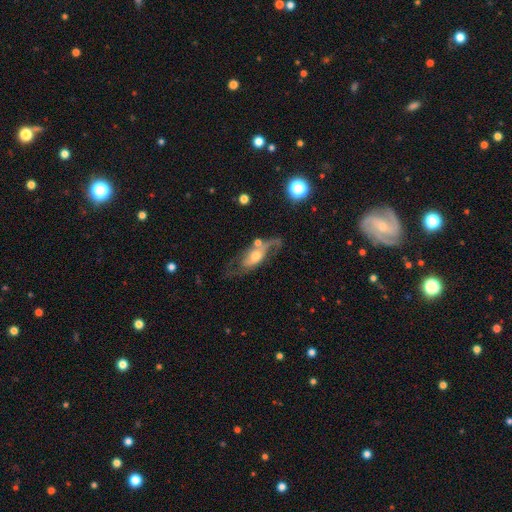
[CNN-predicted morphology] Q: Smooth or featured?
A: featured or disk (70%); runner-up: smooth (23%)
Q: Edge-on disk?
A: no (87%); runner-up: yes (13%)
Q: Bar?
A: no (62%); runner-up: weak (28%)
Q: Spiral arms?
A: yes (81%); runner-up: no (19%)
Q: Bulge size?
A: moderate (63%); runner-up: small (24%)
Q: Merging?
A: none (43%); runner-up: major disturbance (25%)